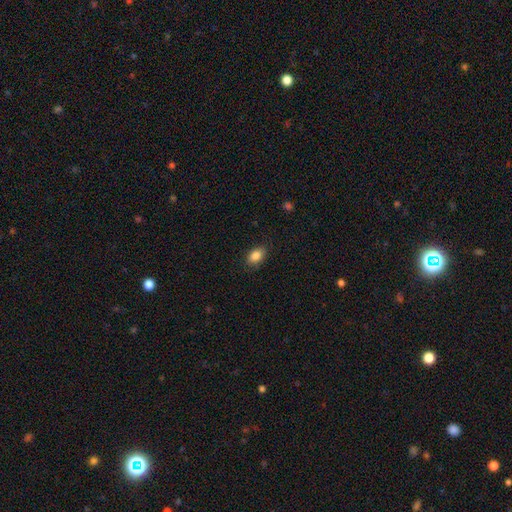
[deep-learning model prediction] smooth_or_featured: smooth (p=0.86) [alt: star or artifact p=0.08]
how_rounded: in between (p=0.87) [alt: round p=0.11]
merging: none (p=0.84) [alt: minor disturbance p=0.12]